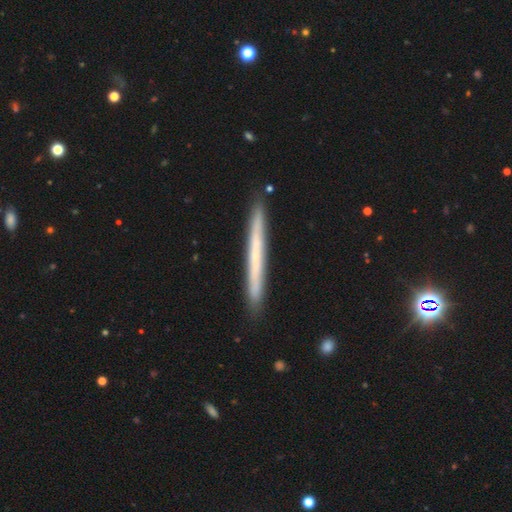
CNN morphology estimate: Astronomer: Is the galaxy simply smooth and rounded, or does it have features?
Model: featured or disk — 48% (runner-up: smooth, 46%).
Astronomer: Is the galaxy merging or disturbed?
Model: none — 90%.